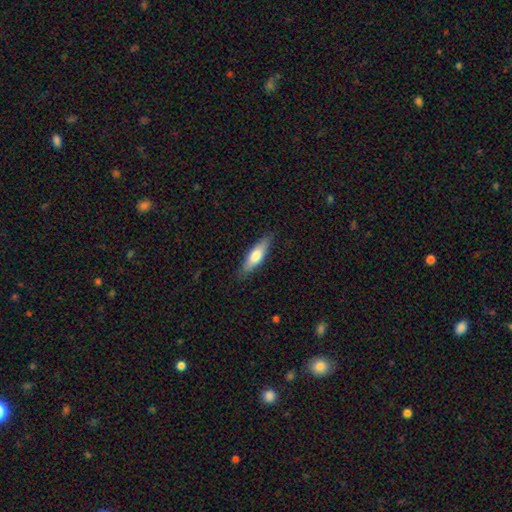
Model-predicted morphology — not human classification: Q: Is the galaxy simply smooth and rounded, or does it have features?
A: smooth — 66%.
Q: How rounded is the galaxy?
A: cigar-shaped — 60%.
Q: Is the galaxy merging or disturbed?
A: none — 85%.